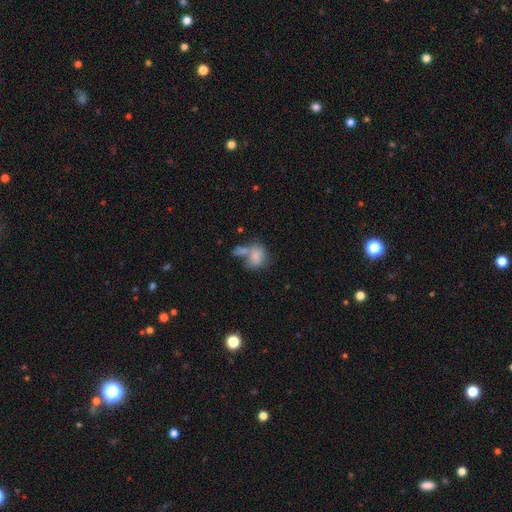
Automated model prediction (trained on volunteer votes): This is likely a smooth galaxy (78%). How rounded: possibly in between (55%). Merging: possibly merger (46%).